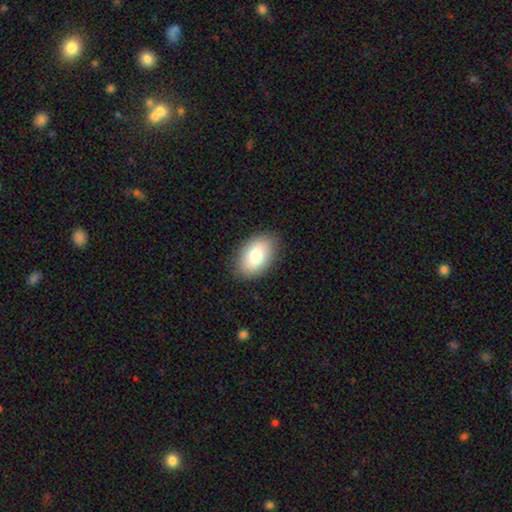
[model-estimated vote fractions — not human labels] The model was most divided on "smooth or featured": smooth: 78%, featured or disk: 14%, star or artifact: 8%. More confident: how rounded — in between (89%); merging — none (87%).